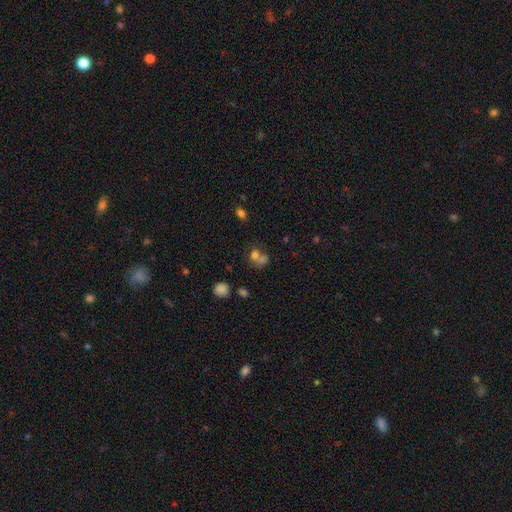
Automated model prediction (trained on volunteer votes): smooth-or-featured: smooth: 71% | star or artifact: 15% | featured or disk: 14%
  how-rounded: round: 59% | in between: 40% | cigar-shaped: 1%
  merging: merger: 50% | none: 30% | minor disturbance: 11% | major disturbance: 9%